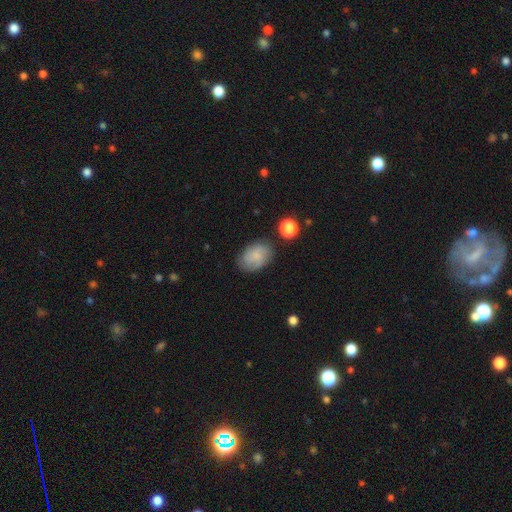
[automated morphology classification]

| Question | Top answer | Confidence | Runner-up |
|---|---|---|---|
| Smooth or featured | smooth | 71% | featured or disk (21%) |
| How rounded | in between | 79% | round (20%) |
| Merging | none | 73% | minor disturbance (19%) |